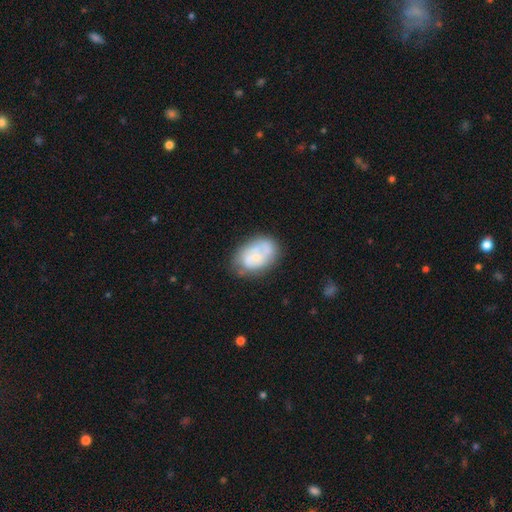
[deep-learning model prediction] Q: Smooth or featured?
A: featured or disk (48%); runner-up: smooth (45%)
Q: Merging?
A: none (54%); runner-up: minor disturbance (26%)